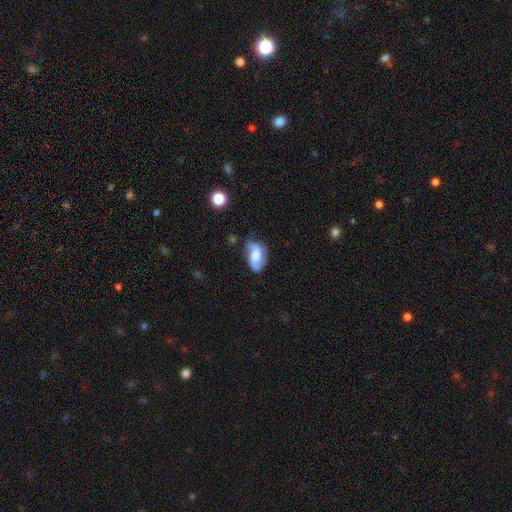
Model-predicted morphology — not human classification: Overall: featured or disk (65%; smooth 27%). Edge-on disk: no (96%). Bar: no (56%; weak 35%). Spiral arms: yes (91%). Spiral arm count: 2 (80%). Spiral winding: loose (46%; medium 39%). Bulge size: moderate (38%; large 24%). Merging: none (55%; minor disturbance 27%).